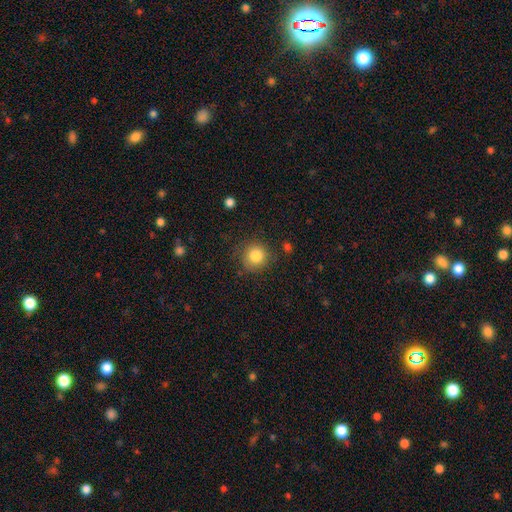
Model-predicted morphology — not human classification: Overall: smooth (84%). How rounded: round (91%). Merging: none (81%).